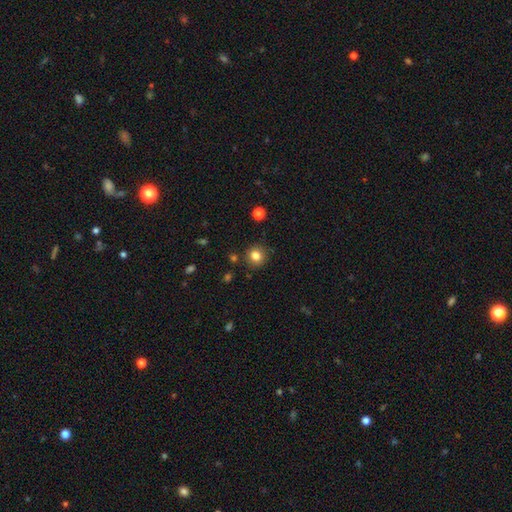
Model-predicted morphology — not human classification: smooth 82%, star or artifact 12%, featured or disk 6%. Down the decision tree: how rounded — round (87%); merging — none (87%).